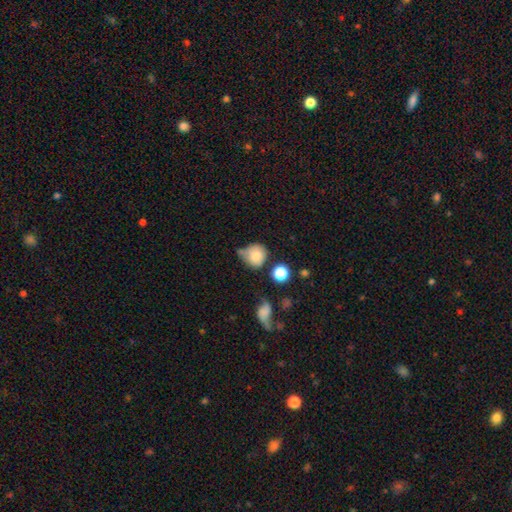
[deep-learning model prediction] Smooth or featured? Predicted: smooth (p=0.80). How rounded? Predicted: round (p=0.82). Merging? Predicted: none (p=0.44).